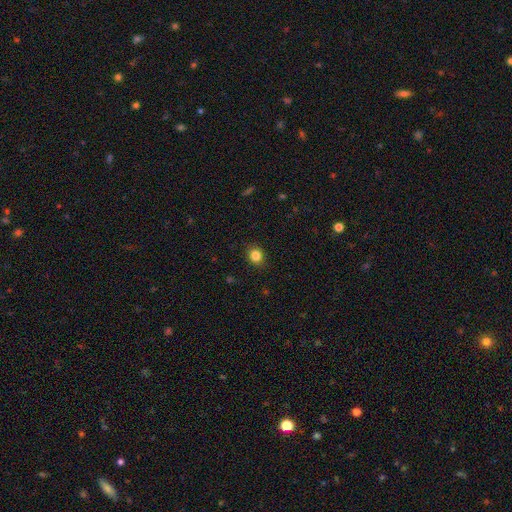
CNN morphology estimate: A smooth galaxy with no disk features (85%) that is round (73%). Merging: none (89%).